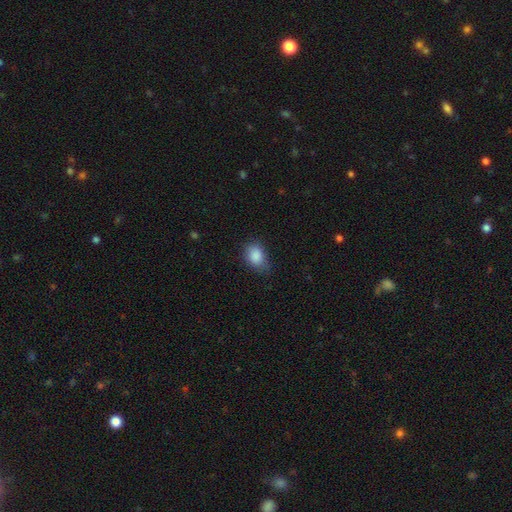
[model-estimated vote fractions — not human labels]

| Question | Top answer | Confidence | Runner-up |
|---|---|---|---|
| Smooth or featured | smooth | 87% | star or artifact (8%) |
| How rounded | in between | 75% | round (24%) |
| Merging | none | 64% | minor disturbance (28%) |